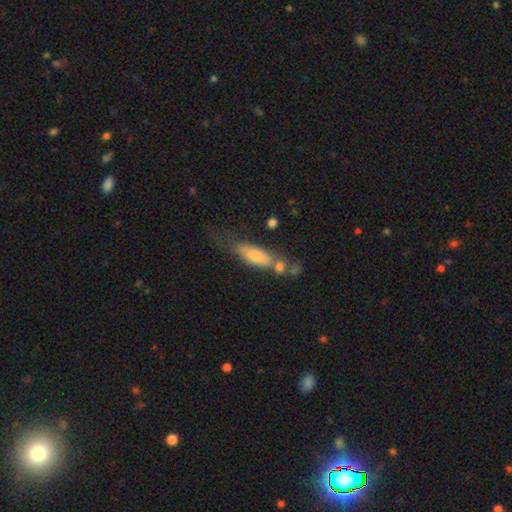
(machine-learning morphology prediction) This is likely a smooth galaxy (67%). How rounded: possibly in between (52%). Merging: marginally none (39%).